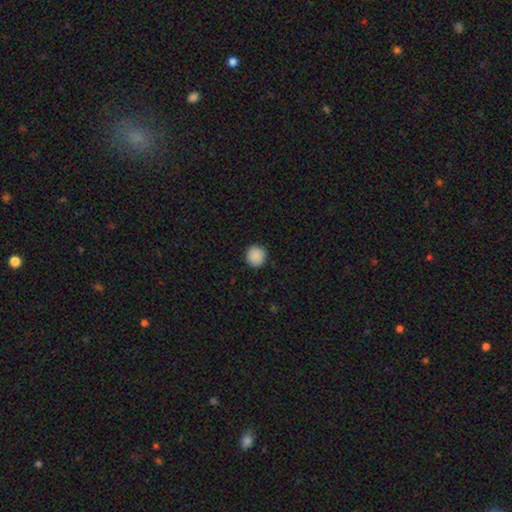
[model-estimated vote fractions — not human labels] A smooth galaxy with no disk features (90%) that is round (94%).

Vote fractions:
- Smooth or featured? smooth: 90% / star or artifact: 8% / featured or disk: 2%
- How rounded? round: 94% / in between: 5% / cigar-shaped: 1%
- Merging? none: 92% / minor disturbance: 5% / major disturbance: 2% / merger: 1%